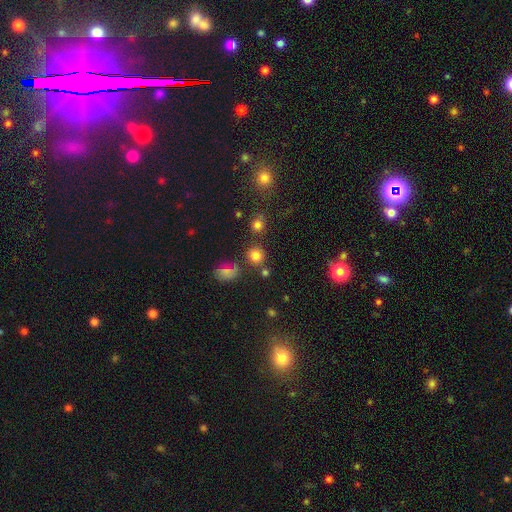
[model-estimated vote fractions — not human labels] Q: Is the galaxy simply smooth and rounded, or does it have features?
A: smooth — 78%.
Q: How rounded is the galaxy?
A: round — 89%.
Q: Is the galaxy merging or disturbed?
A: none — 79%.